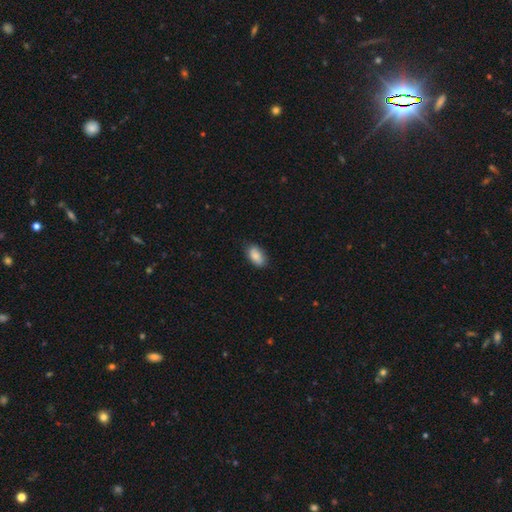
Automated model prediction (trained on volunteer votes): Morphology: type=smooth (85%); roundness=in between (92%); merging=none (80%).